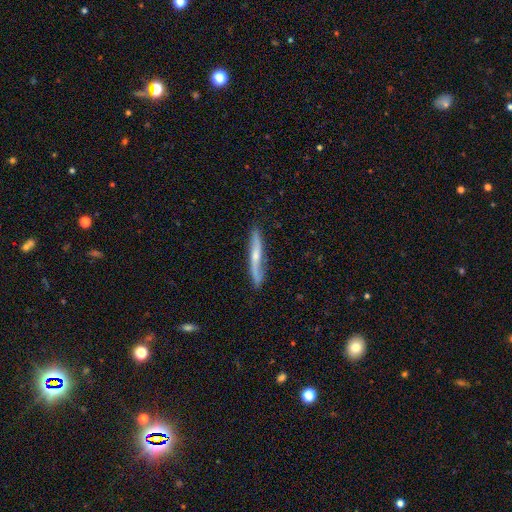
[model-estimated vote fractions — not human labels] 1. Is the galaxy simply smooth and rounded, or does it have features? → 64% featured or disk, 30% smooth, 6% star or artifact.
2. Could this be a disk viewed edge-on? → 76% yes, 24% no.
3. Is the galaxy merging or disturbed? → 81% none, 15% minor disturbance, 3% major disturbance, 2% merger.